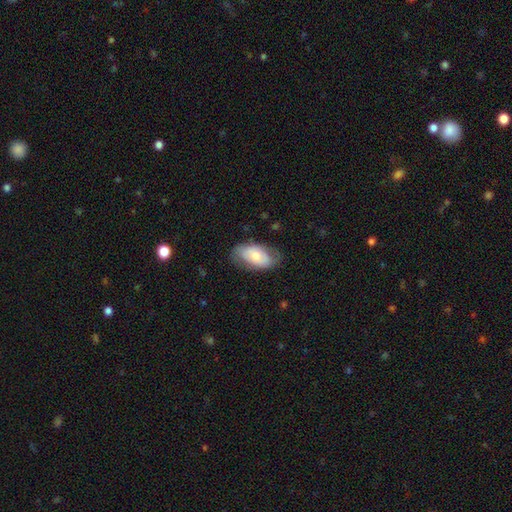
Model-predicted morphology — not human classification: smooth-or-featured: smooth: 58% | featured or disk: 36% | star or artifact: 6%
  how-rounded: in between: 93% | round: 5% | cigar-shaped: 2%
  merging: none: 70% | minor disturbance: 22% | major disturbance: 8% | merger: 1%